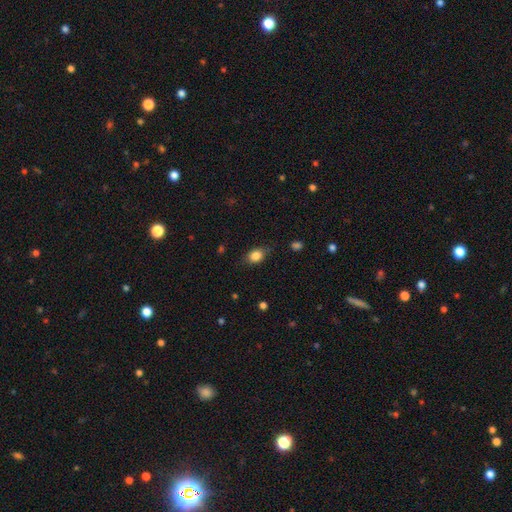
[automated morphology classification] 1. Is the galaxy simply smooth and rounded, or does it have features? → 83% smooth, 9% star or artifact, 8% featured or disk.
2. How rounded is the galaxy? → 67% in between, 31% round, 2% cigar-shaped.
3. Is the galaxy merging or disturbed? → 73% none, 21% minor disturbance, 5% major disturbance, 1% merger.